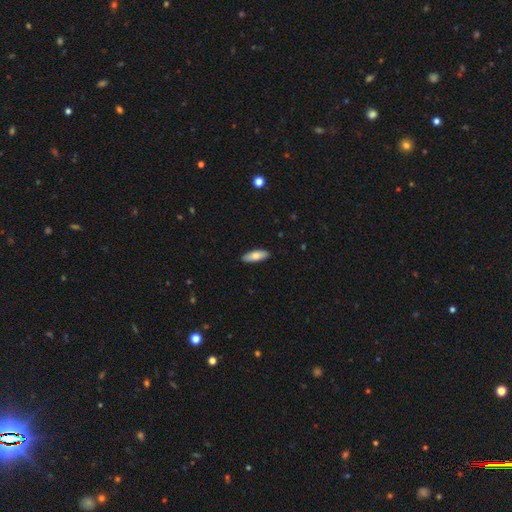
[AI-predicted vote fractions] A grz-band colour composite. It shows a smooth galaxy with no disk features (78%) that is in between round and cigar-shaped (63%). Merging: none (90%).